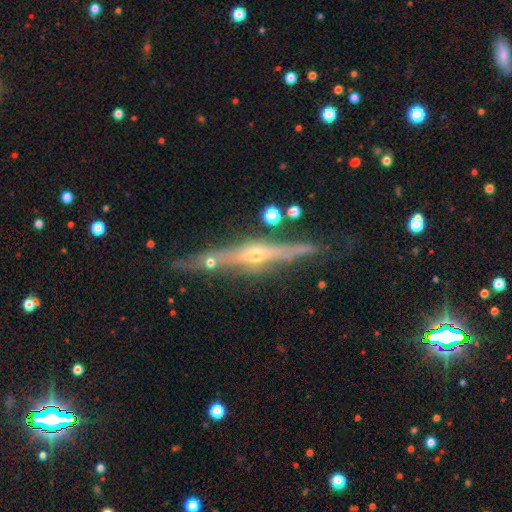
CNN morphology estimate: featured or disk 78%, smooth 13%, star or artifact 9%. Down the decision tree: edge-on disk — yes (95%); edge-on bulge — rounded (83%); merging — none (77%).